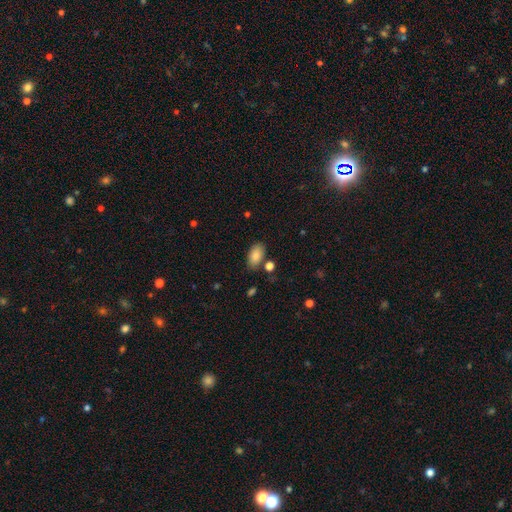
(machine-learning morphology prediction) A smooth galaxy with no disk features (86%) that is in between round and cigar-shaped (93%). Merging: none (79%).